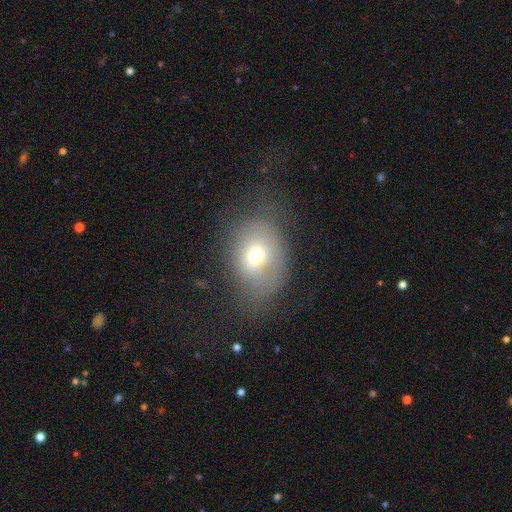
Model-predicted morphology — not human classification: Smooth or featured? Predicted: smooth (p=0.64). How rounded? Predicted: in between (p=0.52). Merging? Predicted: none (p=0.51).